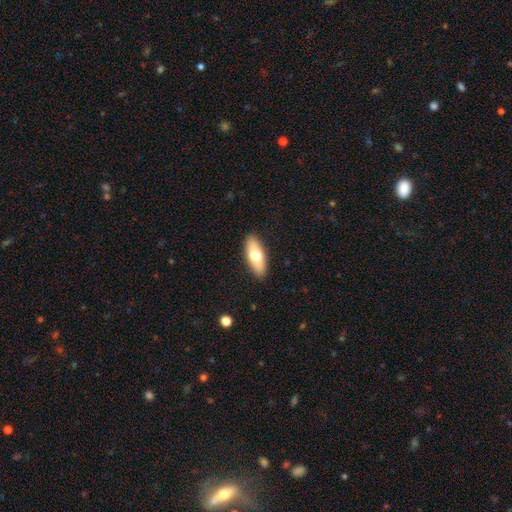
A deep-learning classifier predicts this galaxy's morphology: type=smooth (65%); roundness=in between (72%); merging=none (90%).